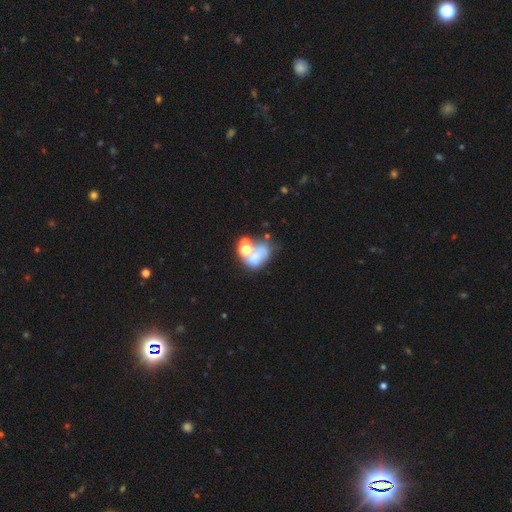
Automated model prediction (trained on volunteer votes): A smooth galaxy with no disk features (46%).

Vote fractions:
- Smooth or featured? smooth: 46% / featured or disk: 32% / star or artifact: 22%
- Merging? merger: 40% / none: 26% / major disturbance: 20% / minor disturbance: 15%